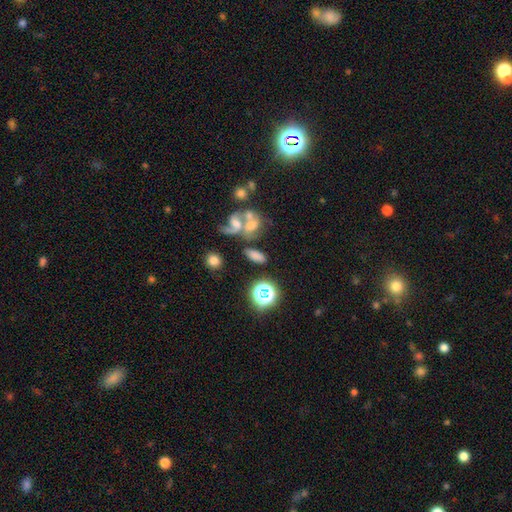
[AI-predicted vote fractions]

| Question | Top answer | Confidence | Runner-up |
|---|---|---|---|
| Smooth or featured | smooth | 60% | featured or disk (21%) |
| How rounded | in between | 73% | round (15%) |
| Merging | none | 43% | merger (36%) |